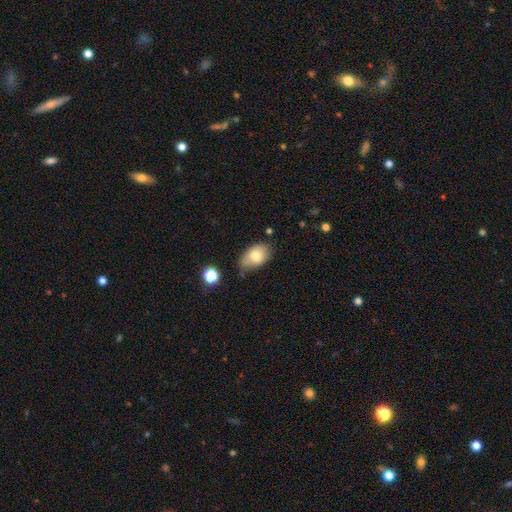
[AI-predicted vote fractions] A smooth galaxy with no disk features (78%) that is in between round and cigar-shaped (88%).

Vote fractions:
- Smooth or featured? smooth: 78% / featured or disk: 14% / star or artifact: 8%
- How rounded? in between: 88% / round: 10% / cigar-shaped: 1%
- Merging? none: 61% / minor disturbance: 29% / major disturbance: 6% / merger: 5%